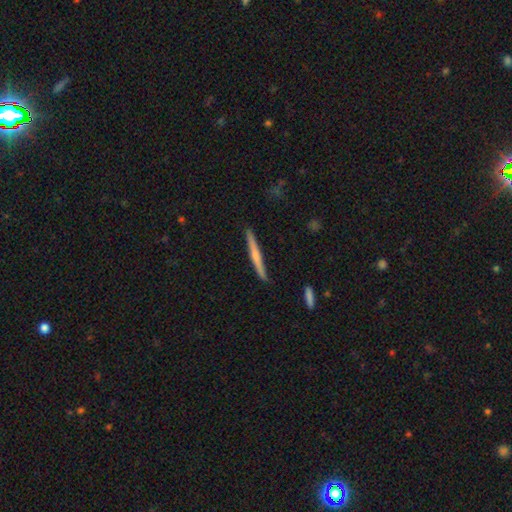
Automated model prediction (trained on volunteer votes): A featured or disk galaxy (51%) viewed edge-on (97%).

Vote fractions:
- Smooth or featured? featured or disk: 51% / smooth: 44% / star or artifact: 5%
- Edge-on disk? yes: 97% / no: 3%
- Merging? none: 89% / minor disturbance: 8% / major disturbance: 1% / merger: 1%